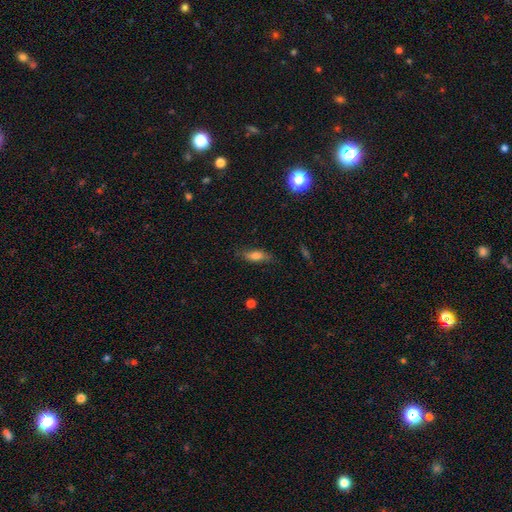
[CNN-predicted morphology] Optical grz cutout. It shows a smooth galaxy with no disk features (70%) that is in between round and cigar-shaped (59%). Merging: none (76%).